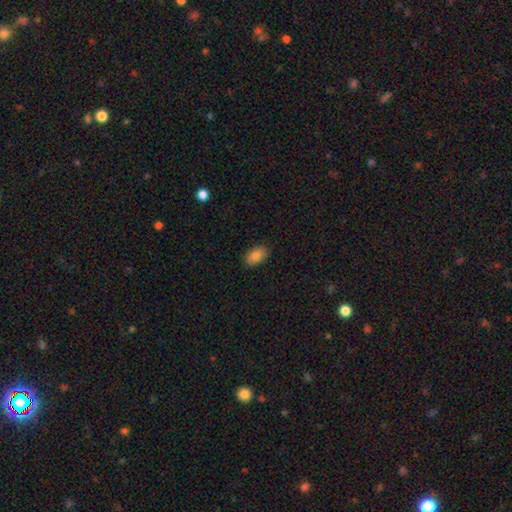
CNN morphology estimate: smooth_or_featured: smooth (p=0.85) [alt: featured or disk p=0.08]
how_rounded: in between (p=0.92) [alt: round p=0.06]
merging: none (p=0.88) [alt: minor disturbance p=0.09]